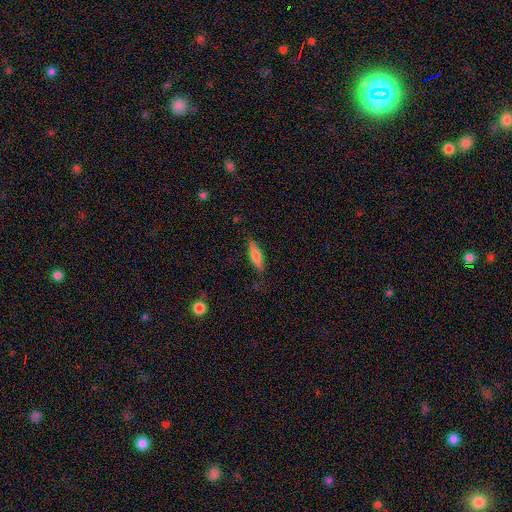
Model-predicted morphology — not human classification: smooth_or_featured: smooth (p=0.65) [alt: featured or disk p=0.28]
how_rounded: cigar-shaped (p=0.62) [alt: in between p=0.36]
merging: none (p=0.78) [alt: minor disturbance p=0.16]